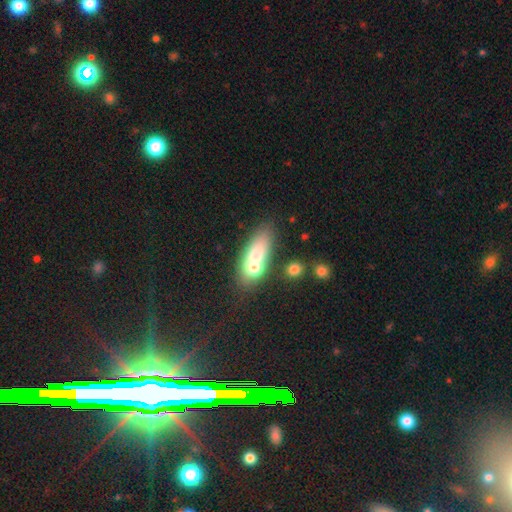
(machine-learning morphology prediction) This appears to be a smooth galaxy with no disk features (62%) that is in between round and cigar-shaped (65%). Merging: merger (45%).